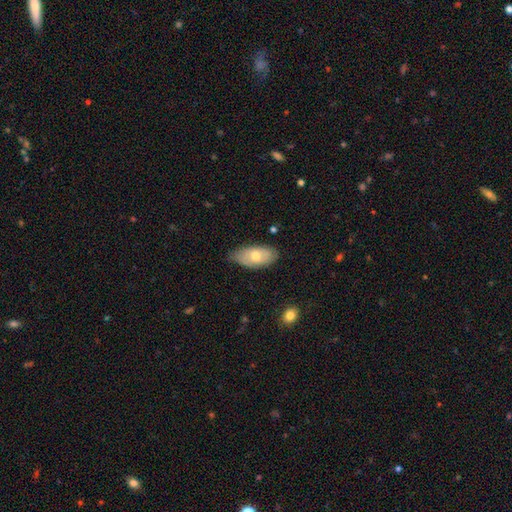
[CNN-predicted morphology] smooth 59%, featured or disk 34%, star or artifact 7%. Down the decision tree: how rounded — in between (91%); merging — none (69%).